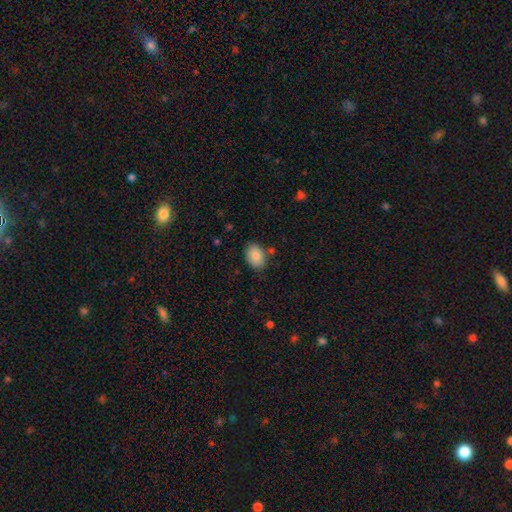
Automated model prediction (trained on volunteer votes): A smooth galaxy with no disk features (87%) that is in between round and cigar-shaped (78%). Merging: none (81%).